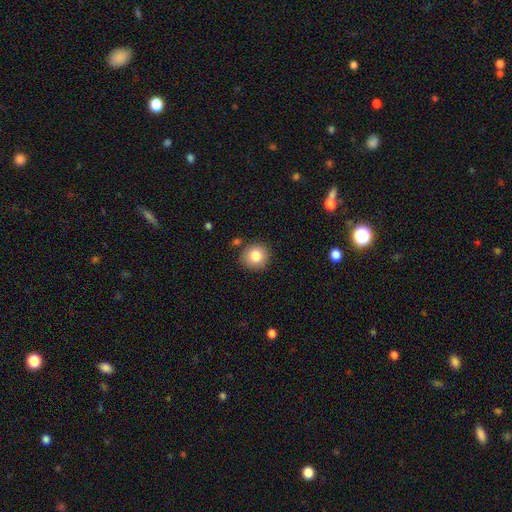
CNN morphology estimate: The model was most divided on "smooth or featured": smooth: 82%, star or artifact: 10%, featured or disk: 8%. More confident: how rounded — round (89%); merging — none (84%).